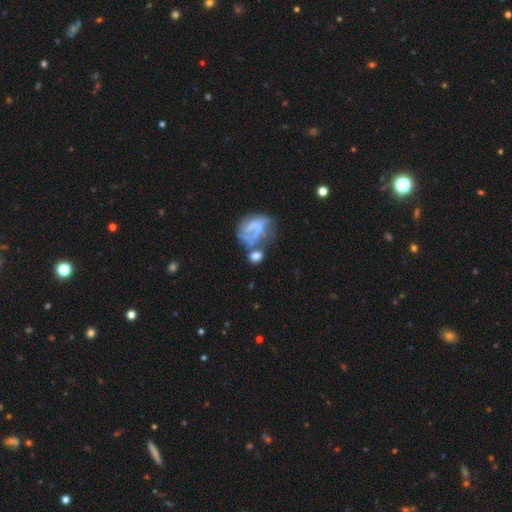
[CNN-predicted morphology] This is possibly a smooth galaxy (52%). How rounded: possibly round (52%). Merging: marginally none (33%).